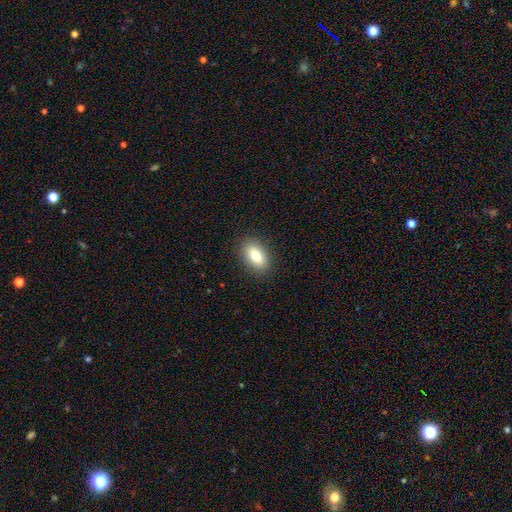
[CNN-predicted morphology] Smooth or featured: smooth — 82% (featured or disk — 11%)
How rounded: in between — 89% (round — 6%)
Merging: none — 89% (minor disturbance — 8%)